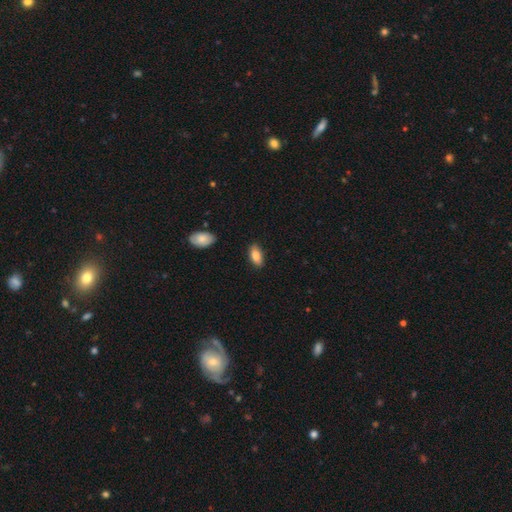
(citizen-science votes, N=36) This appears to be a smooth galaxy with no disk features (78%) that is in between round and cigar-shaped (93%). Merging: none (80%).